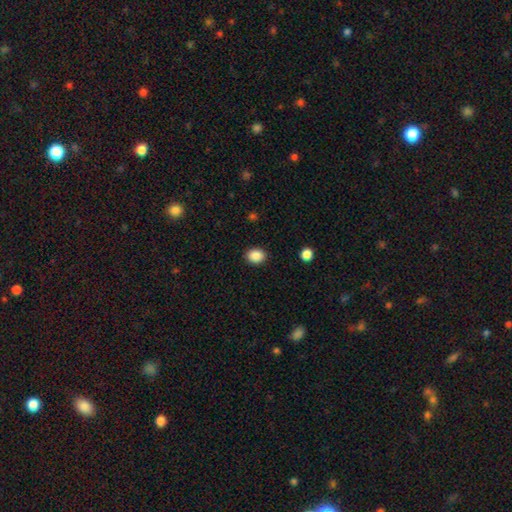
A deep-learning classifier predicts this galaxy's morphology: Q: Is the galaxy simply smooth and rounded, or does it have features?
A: smooth — 88%.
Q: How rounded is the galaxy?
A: round — 56%.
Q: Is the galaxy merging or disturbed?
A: none — 89%.